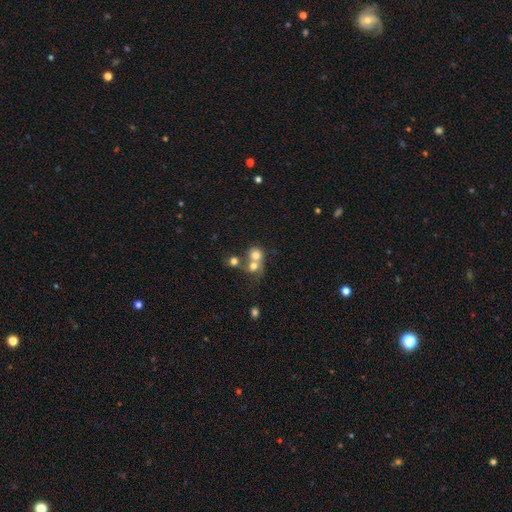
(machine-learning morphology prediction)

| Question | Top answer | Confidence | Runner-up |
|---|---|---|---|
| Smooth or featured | smooth | 71% | featured or disk (17%) |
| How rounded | round | 76% | in between (23%) |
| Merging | merger | 60% | none (28%) |